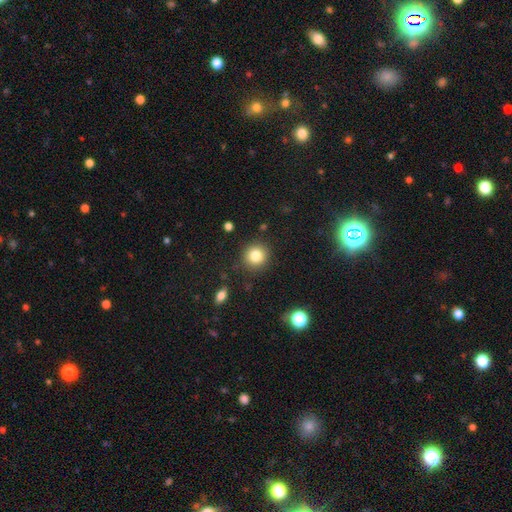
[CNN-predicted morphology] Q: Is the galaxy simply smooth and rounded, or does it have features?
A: smooth — 82%.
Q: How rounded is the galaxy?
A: round — 91%.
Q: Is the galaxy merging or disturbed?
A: none — 89%.